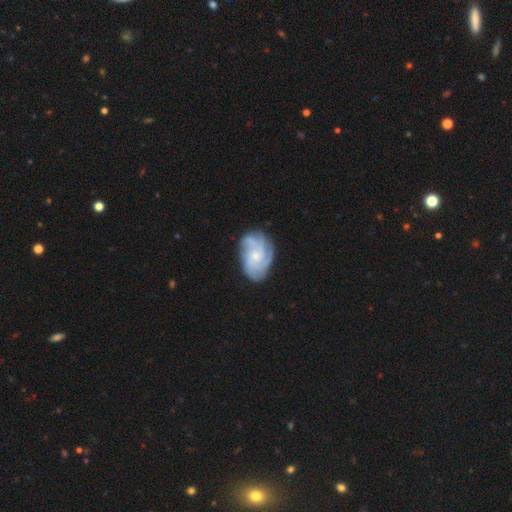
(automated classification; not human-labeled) featured or disk 79%, smooth 15%, star or artifact 6%. Down the decision tree: edge-on disk — no (97%); bar — no (73%); spiral arms — yes (96%); spiral arm count — 4 (31%); spiral winding — tight (51%); bulge size — small (61%); merging — none (72%).